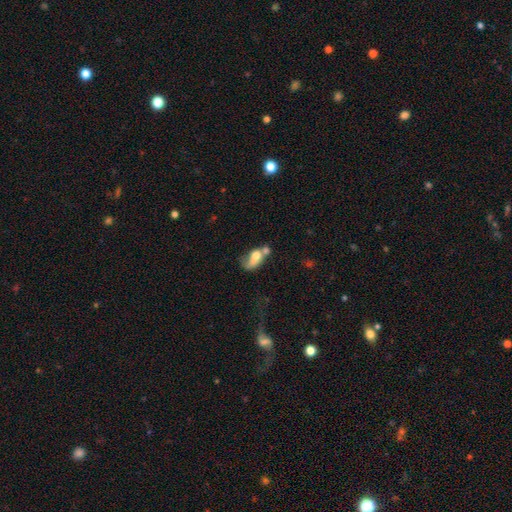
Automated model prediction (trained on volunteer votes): Smooth or featured? Predicted: smooth (p=0.57). How rounded? Predicted: in between (p=0.78). Merging? Predicted: merger (p=0.50).